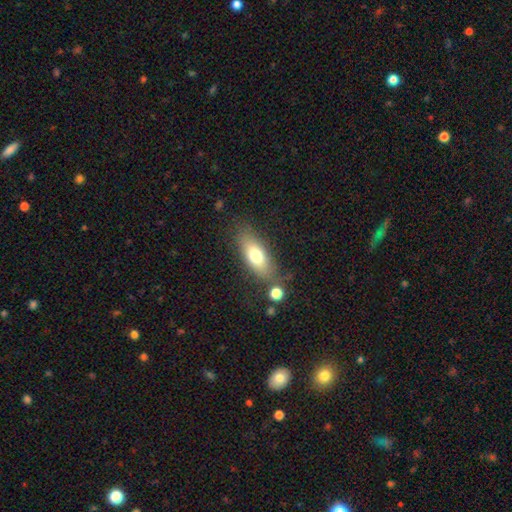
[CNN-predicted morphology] smooth_or_featured: smooth (p=0.69) [alt: featured or disk p=0.23]
how_rounded: in between (p=0.73) [alt: cigar-shaped p=0.23]
merging: none (p=0.72) [alt: minor disturbance p=0.16]